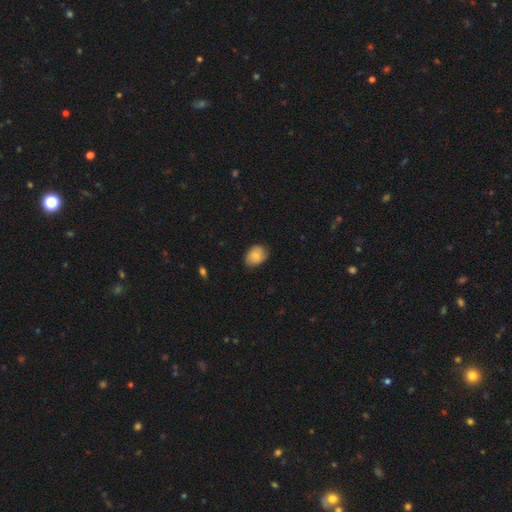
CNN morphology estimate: Overall: smooth (80%). How rounded: in between (69%; round 30%). Merging: none (78%).